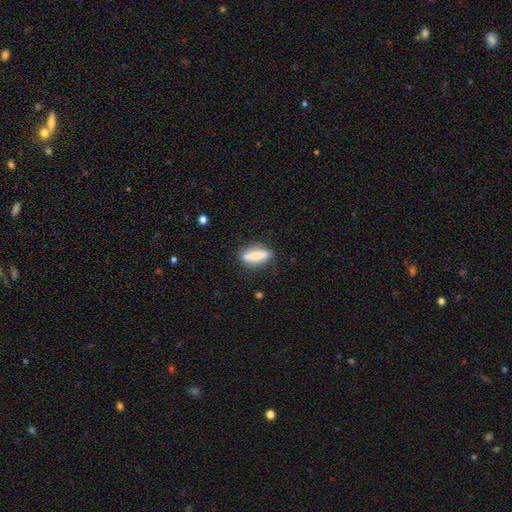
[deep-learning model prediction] A smooth galaxy with no disk features (70%) that is in between round and cigar-shaped (51%). Merging: none (70%).